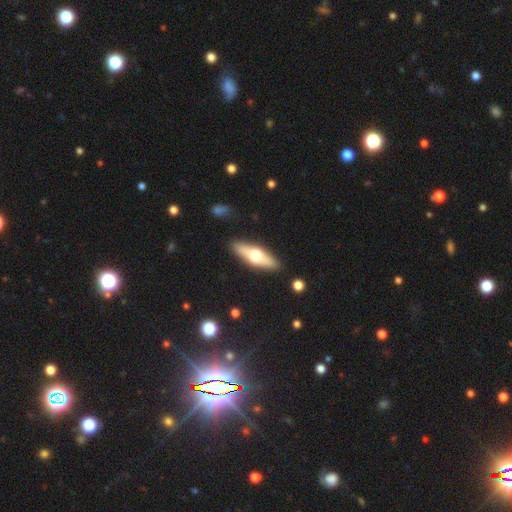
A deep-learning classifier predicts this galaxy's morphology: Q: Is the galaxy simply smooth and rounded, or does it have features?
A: featured or disk — 50%.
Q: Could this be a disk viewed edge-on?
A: yes — 85%.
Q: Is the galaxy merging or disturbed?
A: none — 88%.